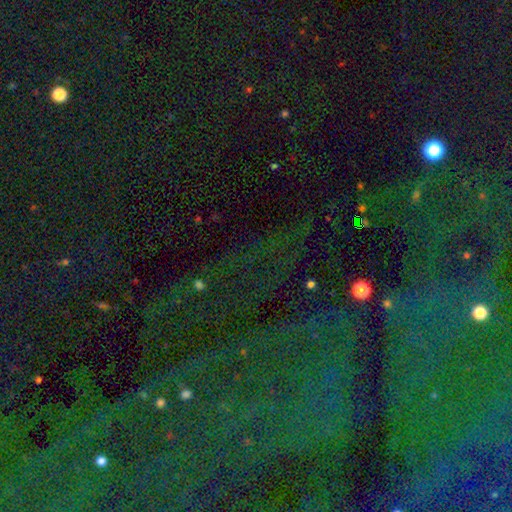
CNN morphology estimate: smooth_or_featured: star or artifact (p=0.84) [alt: smooth p=0.08]